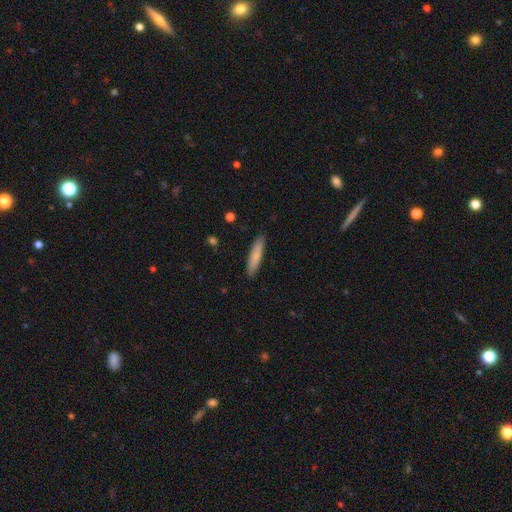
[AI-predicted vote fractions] Smooth or featured?
  - smooth: 80% *
  - featured or disk: 14%
  - star or artifact: 6%
How rounded?
  - cigar-shaped: 85% *
  - in between: 14%
  - round: 1%
Merging?
  - none: 90% *
  - minor disturbance: 8%
  - major disturbance: 2%
  - merger: 1%